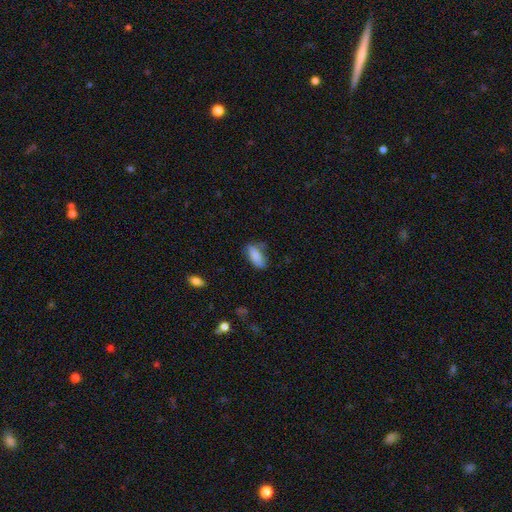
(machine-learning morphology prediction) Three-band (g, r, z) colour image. It shows a smooth galaxy with no disk features (84%) that is in between round and cigar-shaped (81%). Merging: none (63%).